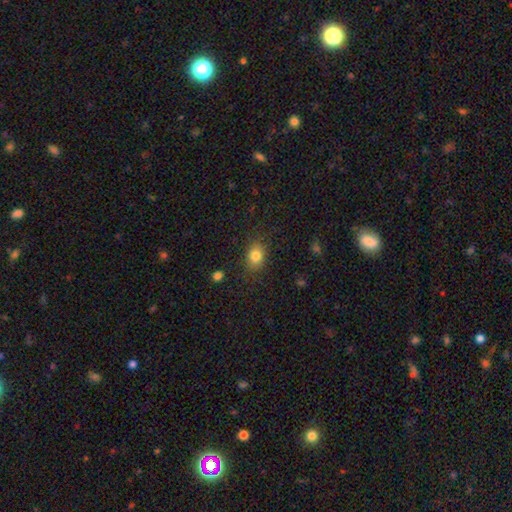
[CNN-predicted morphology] Smooth or featured: smooth — 82% (star or artifact — 10%)
How rounded: in between — 65% (round — 33%)
Merging: none — 83% (minor disturbance — 12%)